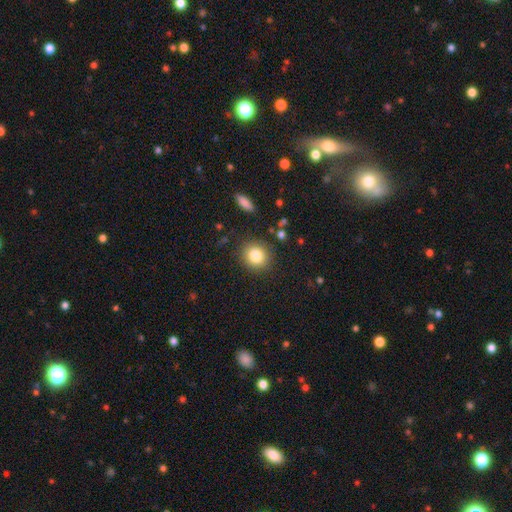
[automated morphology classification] smooth 82%, star or artifact 10%, featured or disk 8%. Down the decision tree: how rounded — round (87%); merging — none (87%).